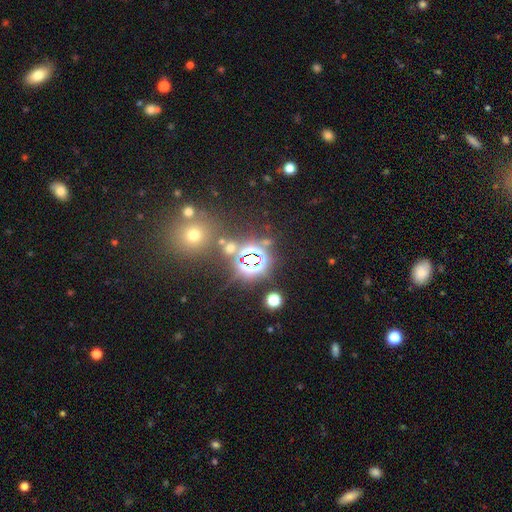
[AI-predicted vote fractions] Q: Smooth or featured?
A: star or artifact (76%); runner-up: smooth (15%)